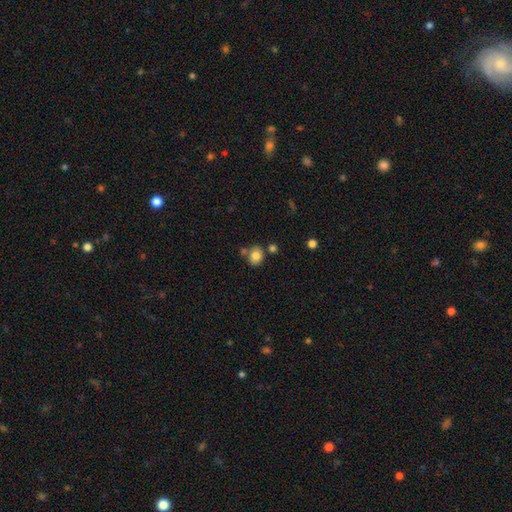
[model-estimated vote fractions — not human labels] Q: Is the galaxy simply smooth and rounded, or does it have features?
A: smooth — 80%.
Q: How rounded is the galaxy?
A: round — 60%.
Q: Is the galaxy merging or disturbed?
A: none — 67%.